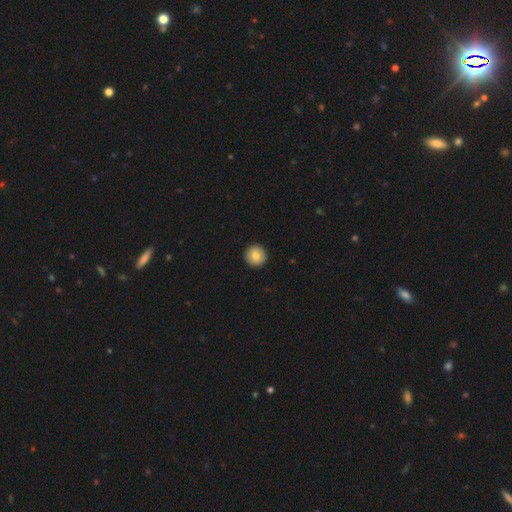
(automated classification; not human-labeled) Smooth or featured: smooth — 82% (featured or disk — 10%)
How rounded: round — 96% (in between — 3%)
Merging: none — 94% (minor disturbance — 4%)